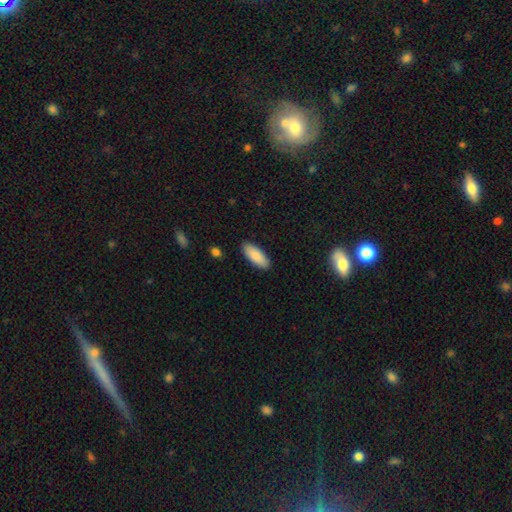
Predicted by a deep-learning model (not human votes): A smooth galaxy with no disk features (88%) that is in between round and cigar-shaped (77%).

Vote fractions:
- Smooth or featured? smooth: 88% / featured or disk: 6% / star or artifact: 6%
- How rounded? in between: 77% / cigar-shaped: 22% / round: 2%
- Merging? none: 89% / minor disturbance: 8% / major disturbance: 2% / merger: 1%